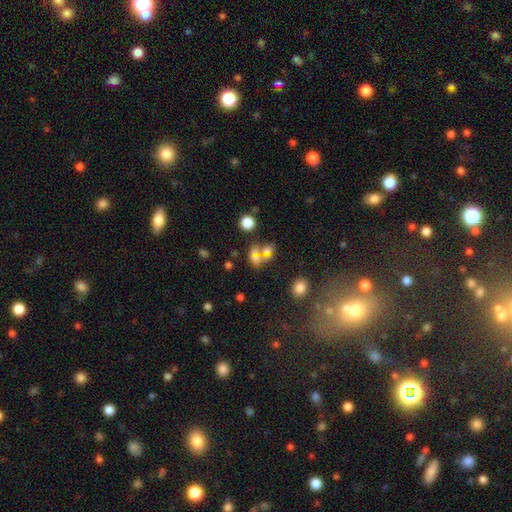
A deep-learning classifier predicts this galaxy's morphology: smooth-or-featured: smooth: 49% | star or artifact: 30% | featured or disk: 22%
  merging: merger: 42% | none: 37% | major disturbance: 11% | minor disturbance: 11%